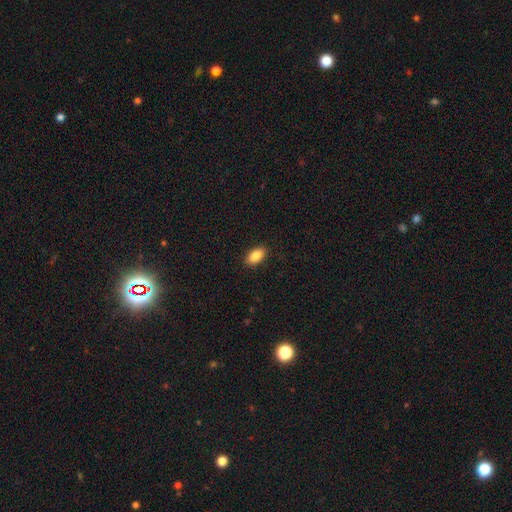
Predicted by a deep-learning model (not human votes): Smooth or featured? Predicted: smooth (p=0.87). How rounded? Predicted: in between (p=0.91). Merging? Predicted: none (p=0.89).